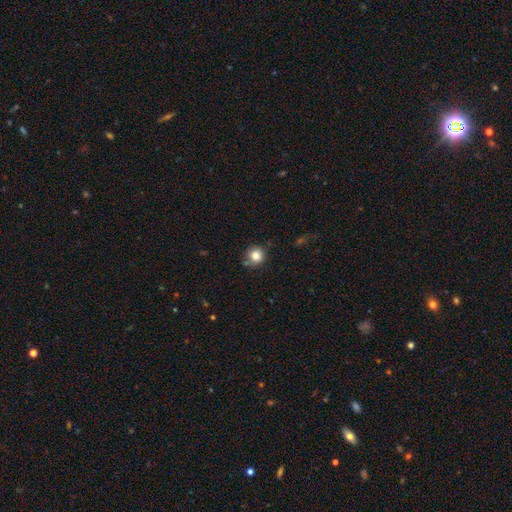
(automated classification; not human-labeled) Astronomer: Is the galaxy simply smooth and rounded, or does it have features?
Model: smooth — 84%.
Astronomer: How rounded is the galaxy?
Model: round — 90%.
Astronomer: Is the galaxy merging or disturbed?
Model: none — 77%.